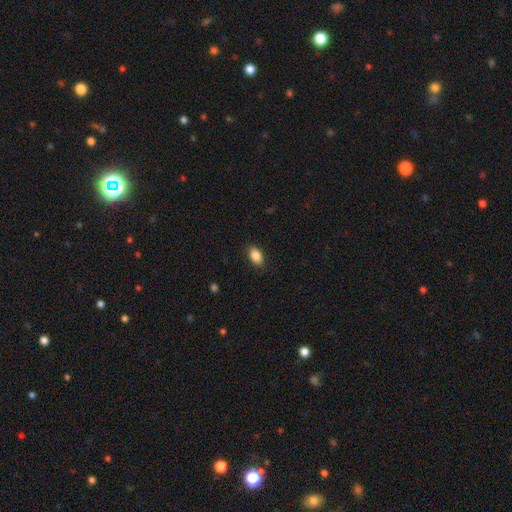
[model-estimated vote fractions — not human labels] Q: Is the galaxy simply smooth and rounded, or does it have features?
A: smooth — 87%.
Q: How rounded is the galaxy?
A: in between — 91%.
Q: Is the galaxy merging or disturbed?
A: none — 87%.